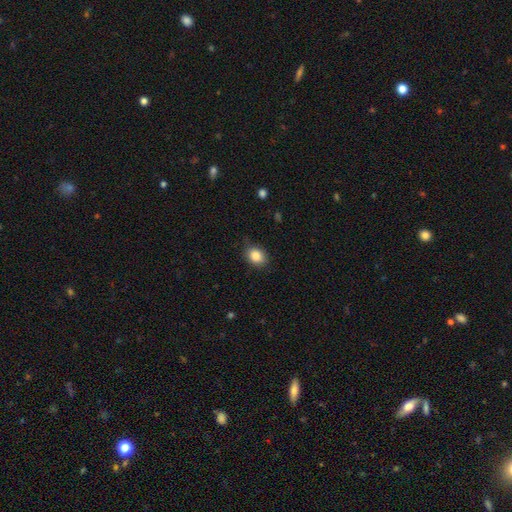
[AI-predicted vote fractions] The model was most divided on "how rounded": in between: 56%, round: 43%, cigar-shaped: 1%. More confident: smooth or featured — smooth (86%); merging — none (79%).